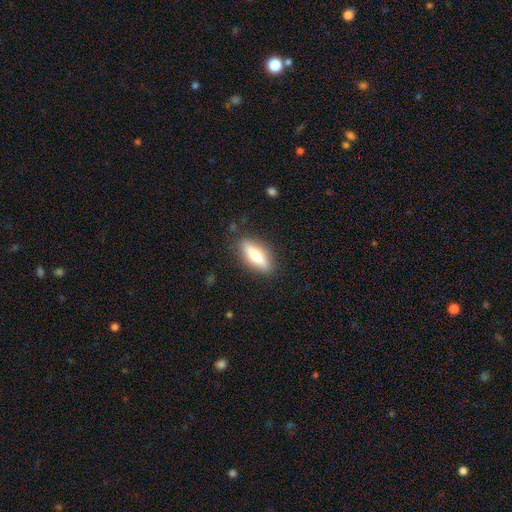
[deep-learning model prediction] smooth-or-featured: smooth: 60% | featured or disk: 34% | star or artifact: 6%
  how-rounded: in between: 49% | cigar-shaped: 48% | round: 3%
  merging: none: 85% | minor disturbance: 10% | major disturbance: 3% | merger: 1%